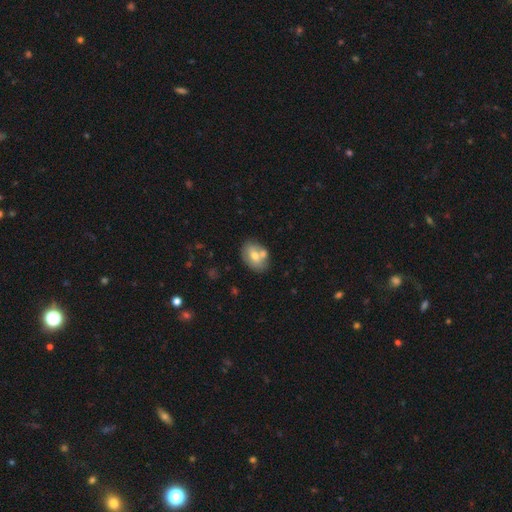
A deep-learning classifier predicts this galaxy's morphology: Q: Smooth or featured?
A: smooth (65%); runner-up: featured or disk (27%)
Q: How rounded?
A: in between (78%); runner-up: round (20%)
Q: Merging?
A: none (60%); runner-up: merger (22%)